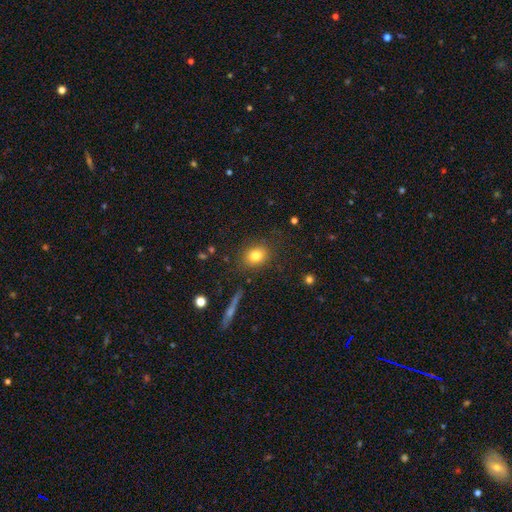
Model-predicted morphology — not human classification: A smooth galaxy with no disk features (81%) that is round (53%). Merging: none (82%).